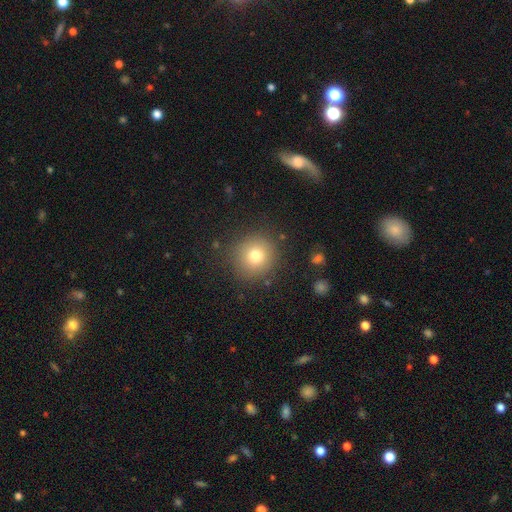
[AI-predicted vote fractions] Smooth or featured? Predicted: smooth (p=0.75). How rounded? Predicted: round (p=0.93). Merging? Predicted: none (p=0.86).